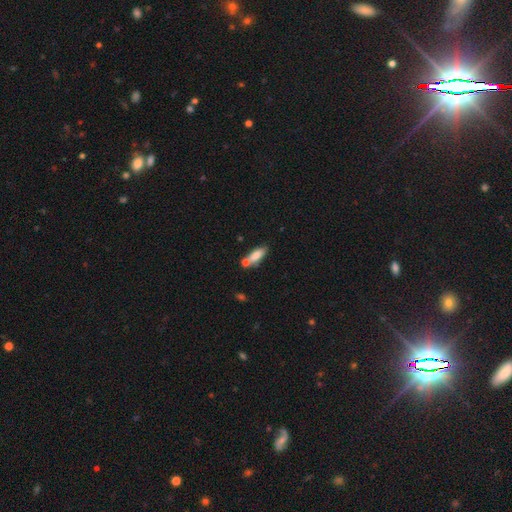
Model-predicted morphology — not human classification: type=smooth (80%); roundness=in between (64%); merging=none (52%).